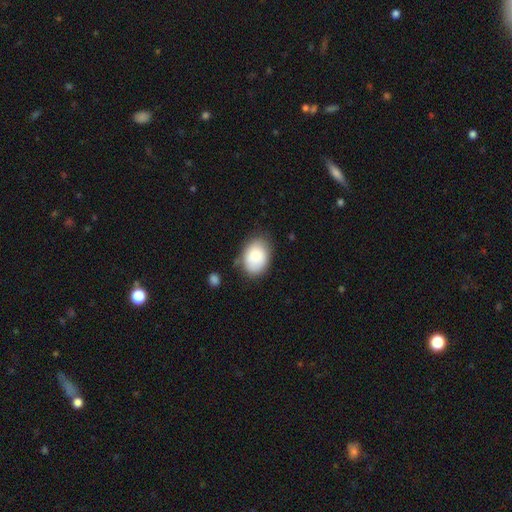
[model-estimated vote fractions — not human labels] smooth 82%, featured or disk 11%, star or artifact 7%. Down the decision tree: how rounded — in between (77%); merging — none (73%).